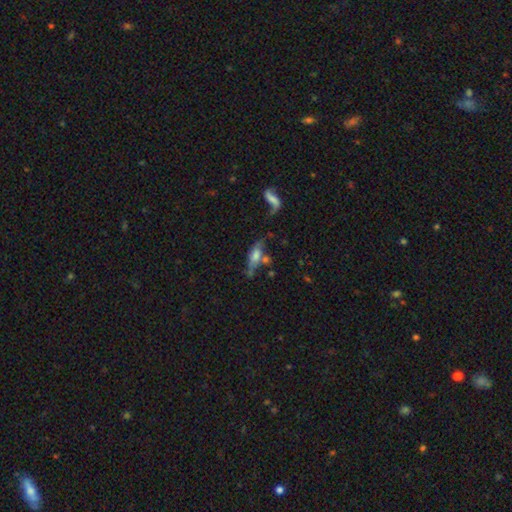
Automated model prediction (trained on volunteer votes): The model was most divided on "smooth or featured": smooth: 45%, featured or disk: 44%, star or artifact: 11%. Remaining: merging — none (34%).